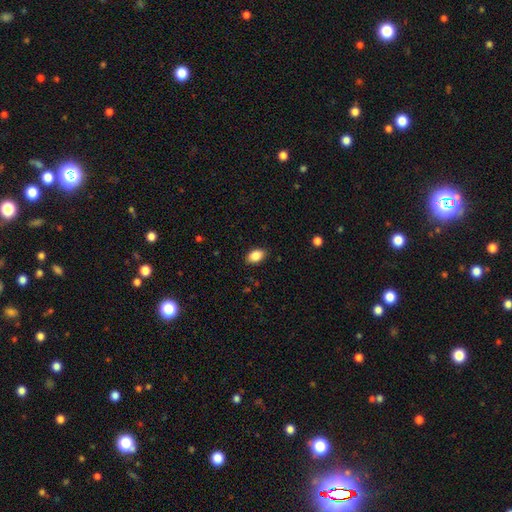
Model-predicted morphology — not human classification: This is clearly a smooth galaxy (88%). How rounded: clearly in between (87%). Merging: clearly none (88%).